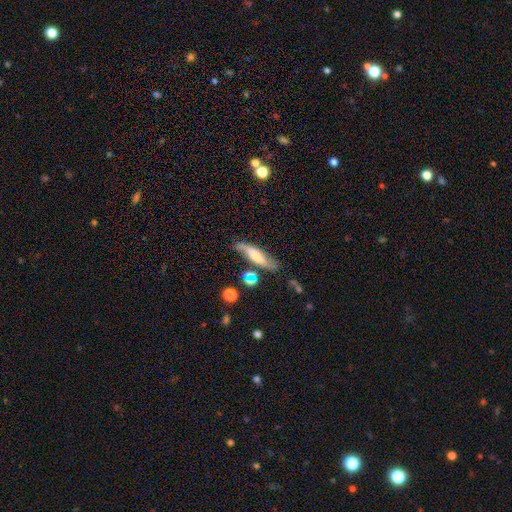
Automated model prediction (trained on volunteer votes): smooth_or_featured: featured or disk (p=0.46) [tied with: smooth p=0.46]
merging: none (p=0.62) [alt: minor disturbance p=0.22]